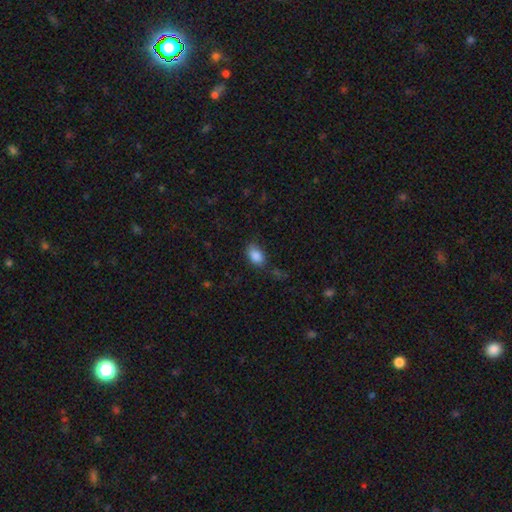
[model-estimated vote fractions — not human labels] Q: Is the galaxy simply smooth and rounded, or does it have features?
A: smooth — 86%.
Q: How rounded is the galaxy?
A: in between — 90%.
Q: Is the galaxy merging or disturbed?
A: none — 67%.